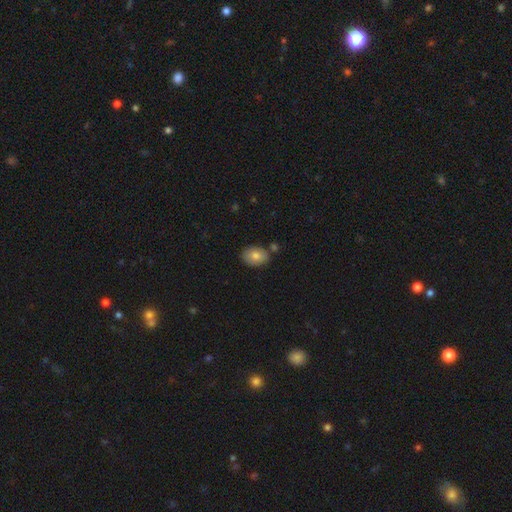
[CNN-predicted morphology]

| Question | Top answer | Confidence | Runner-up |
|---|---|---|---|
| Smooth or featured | smooth | 81% | featured or disk (11%) |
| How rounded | in between | 76% | round (23%) |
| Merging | none | 77% | minor disturbance (13%) |